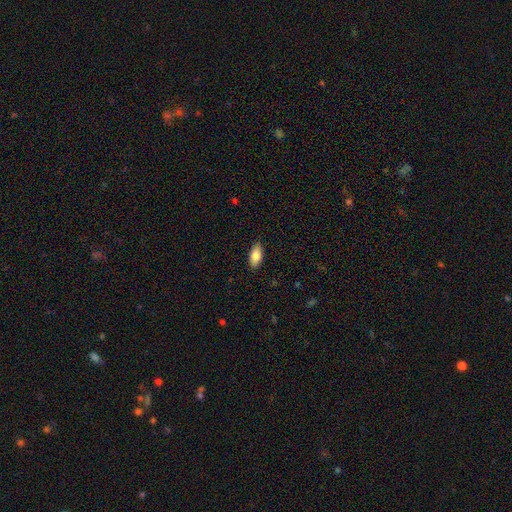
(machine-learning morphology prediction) smooth 81%, featured or disk 12%, star or artifact 6%. Down the decision tree: how rounded — in between (90%); merging — none (89%).